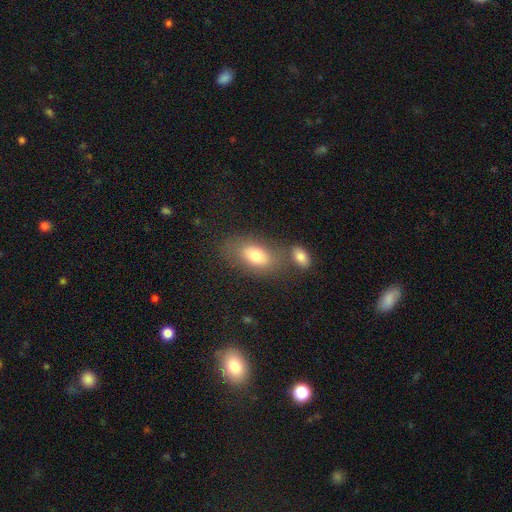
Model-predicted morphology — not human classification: Overall: smooth (75%). How rounded: in between (87%). Merging: none (58%; merger 20%).